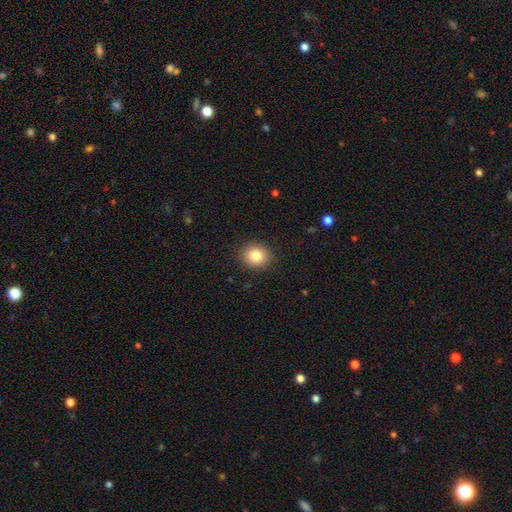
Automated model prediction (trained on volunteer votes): The model was most divided on "how rounded": round: 75%, in between: 24%, cigar-shaped: 1%. More confident: merging — none (90%); smooth or featured — smooth (83%).